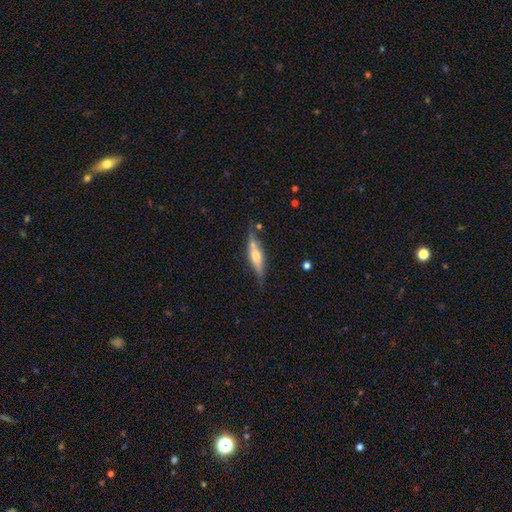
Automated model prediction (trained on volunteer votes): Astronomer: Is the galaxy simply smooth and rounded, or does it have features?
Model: featured or disk — 58% (runner-up: smooth, 36%).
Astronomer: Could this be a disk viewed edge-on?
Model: yes — 91%.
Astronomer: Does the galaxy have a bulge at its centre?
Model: rounded — 82%.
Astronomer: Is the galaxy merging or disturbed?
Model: none — 73%.